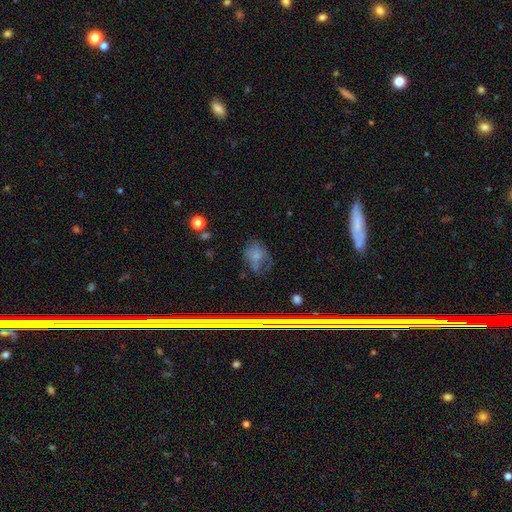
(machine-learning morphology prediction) Smooth or featured? smooth (56%)
How rounded? in between (63%)
Merging? none (48%)